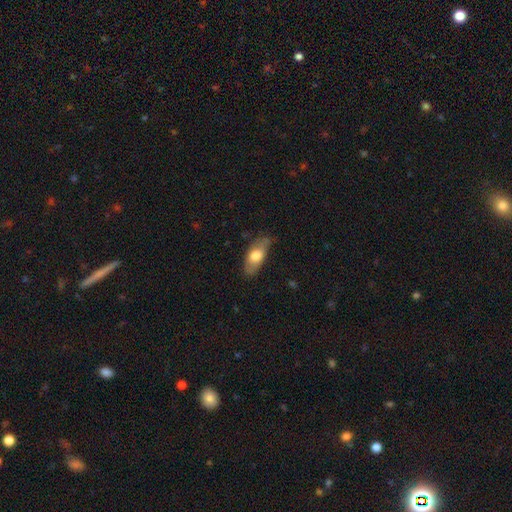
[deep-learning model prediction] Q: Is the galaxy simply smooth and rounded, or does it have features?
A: smooth — 67%.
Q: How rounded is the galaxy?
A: in between — 82%.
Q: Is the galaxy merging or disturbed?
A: none — 70%.